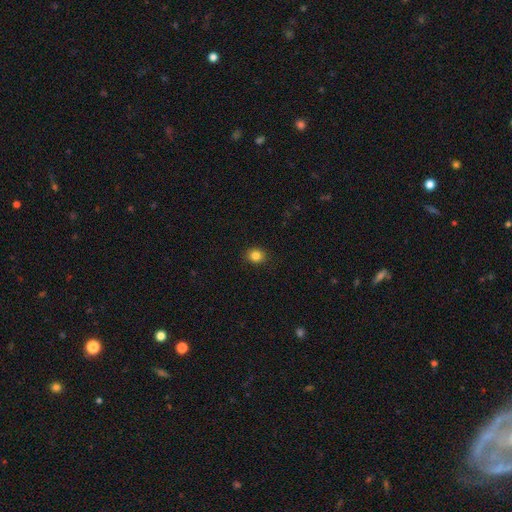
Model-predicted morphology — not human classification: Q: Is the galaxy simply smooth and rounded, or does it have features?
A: smooth — 85%.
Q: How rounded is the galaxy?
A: round — 61%.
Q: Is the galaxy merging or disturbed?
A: none — 90%.